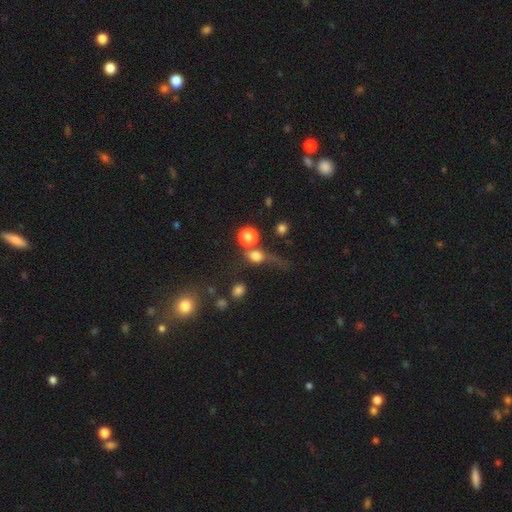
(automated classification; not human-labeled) A smooth galaxy with no disk features (71%) that is round (65%).

Vote fractions:
- Smooth or featured? smooth: 71% / star or artifact: 16% / featured or disk: 13%
- How rounded? round: 65% / in between: 30% / cigar-shaped: 4%
- Merging? none: 34% / major disturbance: 26% / merger: 23% / minor disturbance: 17%